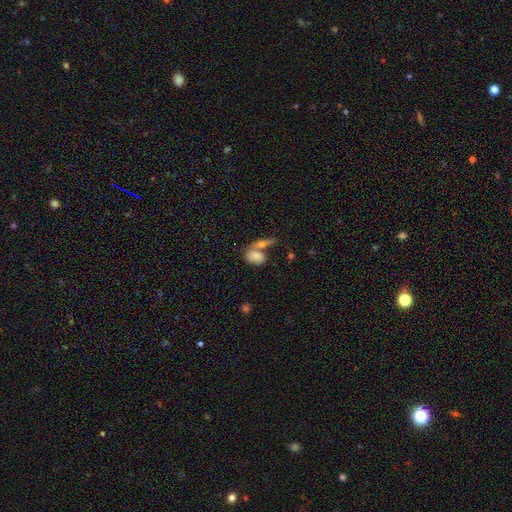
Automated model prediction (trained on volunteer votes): Smooth or featured: smooth — 79% (featured or disk — 13%)
How rounded: in between — 82% (round — 13%)
Merging: merger — 50% (none — 32%)